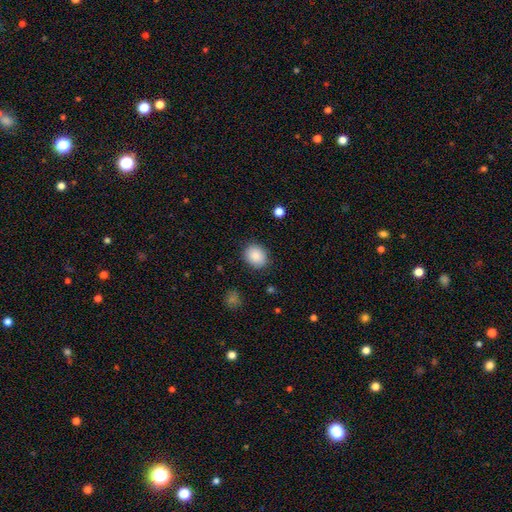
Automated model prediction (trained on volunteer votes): The model was most divided on "how rounded": round: 64%, in between: 36%, cigar-shaped: 1%. More confident: smooth or featured — smooth (88%); merging — none (86%).